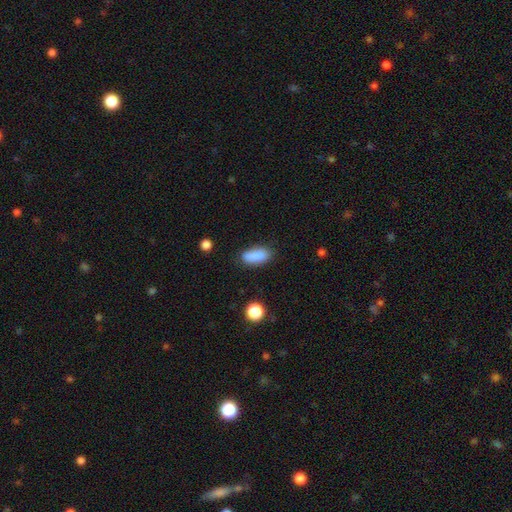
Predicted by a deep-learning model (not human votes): The model was most divided on "merging": none: 74%, minor disturbance: 18%, major disturbance: 4%, merger: 3%. More confident: smooth or featured — smooth (86%); how rounded — in between (82%).